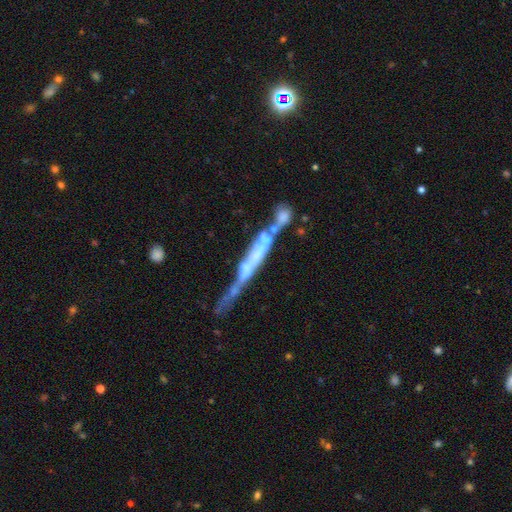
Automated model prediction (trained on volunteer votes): The model was most divided on "merging": none: 43%, merger: 23%, minor disturbance: 20%, major disturbance: 14%. More confident: edge-on disk — yes (81%); smooth or featured — featured or disk (67%); edge-on bulge — none (62%).